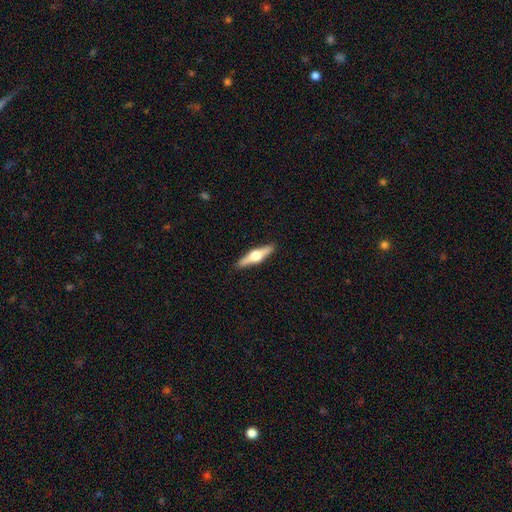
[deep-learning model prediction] This is likely a featured or disk galaxy (68%). It is clearly viewed edge-on (97%). Edge-on bulge: clearly rounded (95%). Merging: clearly none (91%).